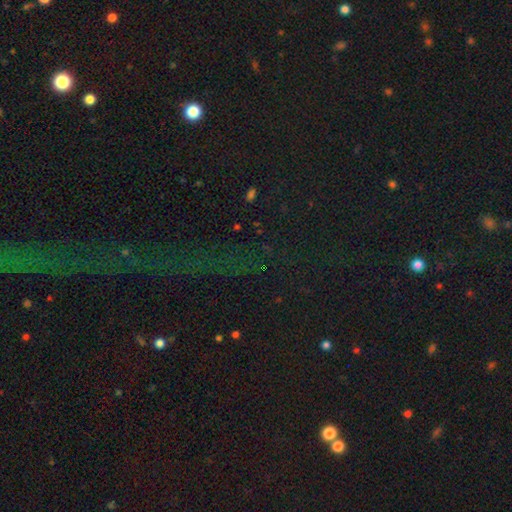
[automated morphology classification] Smooth or featured? Predicted: star or artifact (p=0.77).